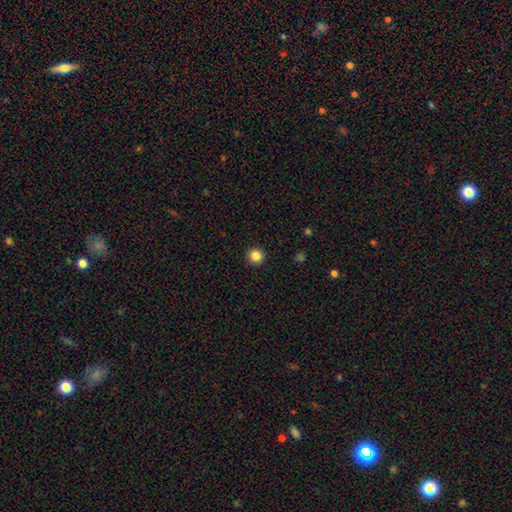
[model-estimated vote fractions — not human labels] Smooth or featured: smooth — 86% (star or artifact — 11%)
How rounded: round — 95% (in between — 4%)
Merging: none — 93% (minor disturbance — 4%)